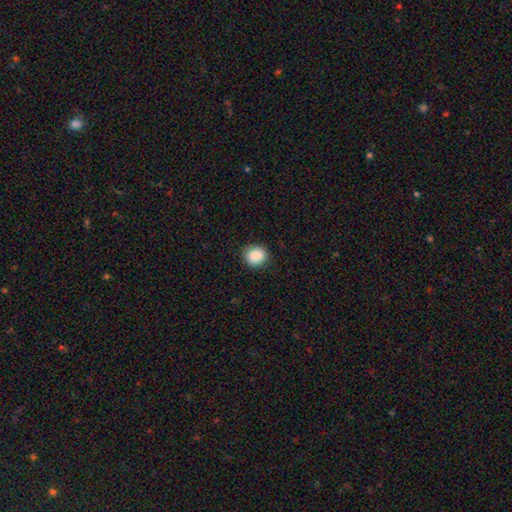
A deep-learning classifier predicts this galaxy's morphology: The model was most divided on "how rounded": round: 81%, in between: 18%, cigar-shaped: 1%. More confident: smooth or featured — smooth (88%); merging — none (88%).